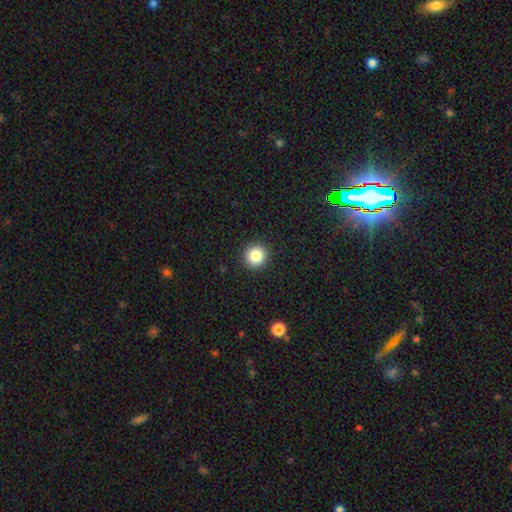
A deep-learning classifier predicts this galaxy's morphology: This appears to be a smooth galaxy with no disk features (84%) that is round (95%). Merging: none (92%).